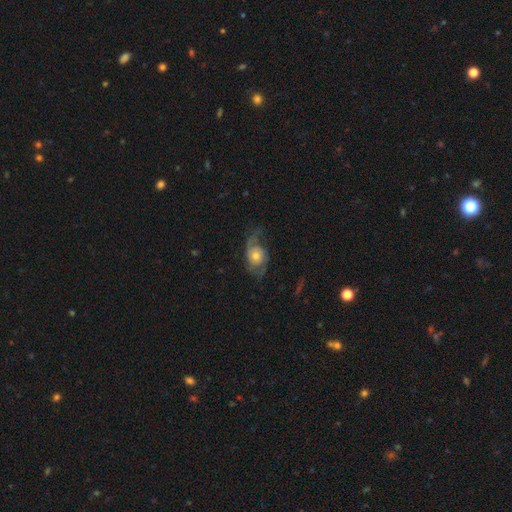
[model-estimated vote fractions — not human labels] smooth-or-featured: featured or disk: 73% | smooth: 20% | star or artifact: 7%
  disk-edge-on: no: 96% | yes: 4%
    bar: no: 76% | weak: 20% | strong: 4%
    has-spiral-arms: yes: 90% | no: 10%
      spiral-winding: loose: 44% | medium: 39% | tight: 18%
      spiral-arm-count: 2: 75% | 1: 12% | can't tell: 8% | 3: 3% | 4: 1% | more than 4: 1%
    bulge-size: moderate: 56% | small: 34% | large: 6% | none: 2% | dominant: 1%
  merging: none: 54% | major disturbance: 22% | minor disturbance: 22% | merger: 2%